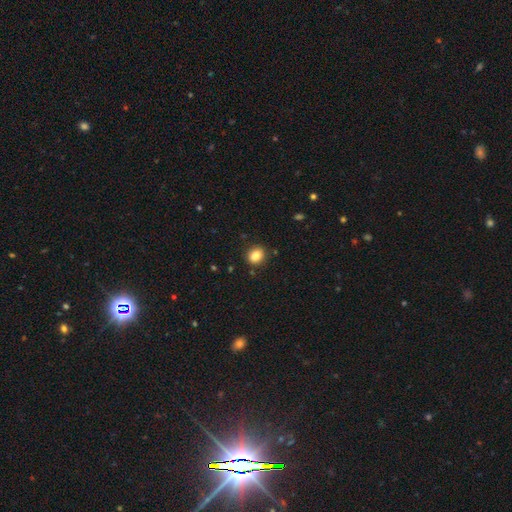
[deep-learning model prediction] Smooth or featured?
  - smooth: 86% *
  - star or artifact: 9%
  - featured or disk: 4%
How rounded?
  - in between: 50% *
  - round: 49%
  - cigar-shaped: 1%
Merging?
  - none: 87% *
  - minor disturbance: 9%
  - major disturbance: 2%
  - merger: 2%